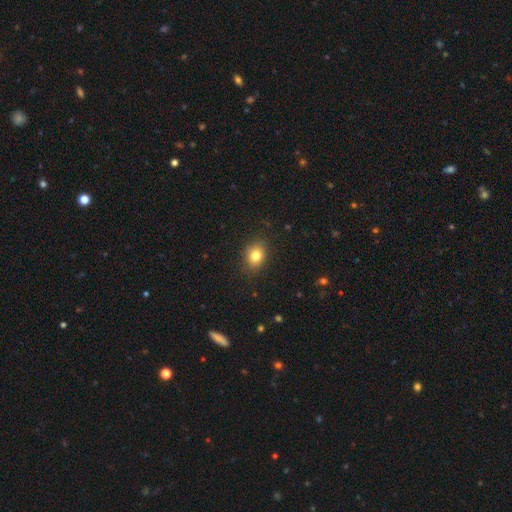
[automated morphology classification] Q: Smooth or featured?
A: smooth (81%); runner-up: star or artifact (11%)
Q: How rounded?
A: in between (55%); runner-up: round (44%)
Q: Merging?
A: none (86%); runner-up: minor disturbance (10%)